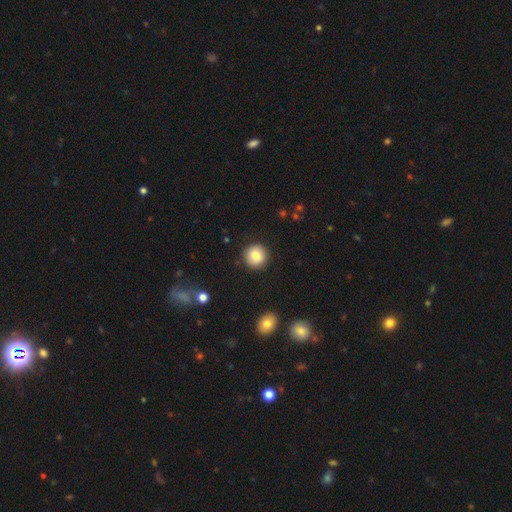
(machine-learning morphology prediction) A smooth galaxy with no disk features (84%) that is round (93%).

Vote fractions:
- Smooth or featured? smooth: 84% / star or artifact: 8% / featured or disk: 7%
- How rounded? round: 93% / in between: 6% / cigar-shaped: 1%
- Merging? none: 90% / minor disturbance: 7% / major disturbance: 2% / merger: 1%